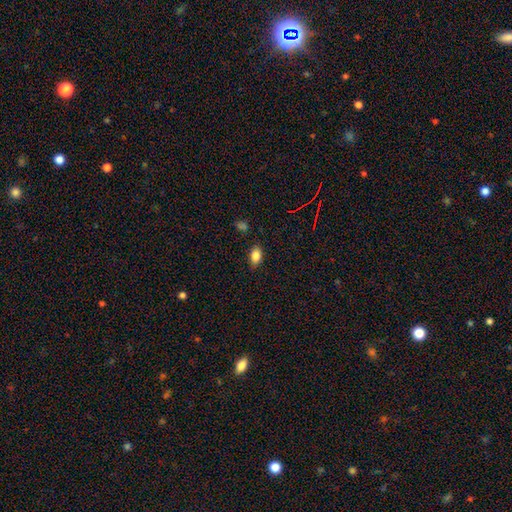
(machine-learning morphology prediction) This is clearly a smooth galaxy (84%). How rounded: clearly in between (84%). Merging: clearly none (82%).